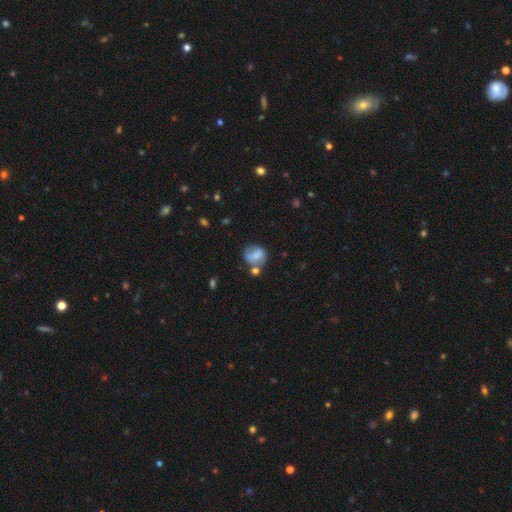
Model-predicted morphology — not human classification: This is likely a smooth galaxy (61%). How rounded: likely round (68%). Merging: marginally none (42%).